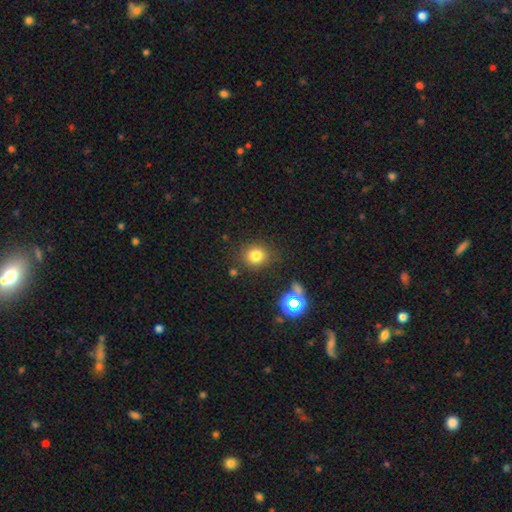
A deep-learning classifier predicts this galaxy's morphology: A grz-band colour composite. It shows a smooth galaxy with no disk features (77%) that is round (82%). Merging: none (81%).